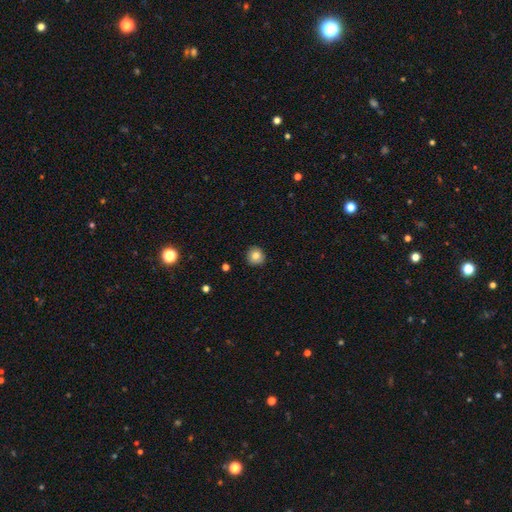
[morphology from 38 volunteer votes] smooth_or_featured: smooth (p=0.84) [alt: featured or disk p=0.08]
how_rounded: round (p=0.94) [alt: in between p=0.06]
merging: none (p=0.89) [alt: minor disturbance p=0.06]